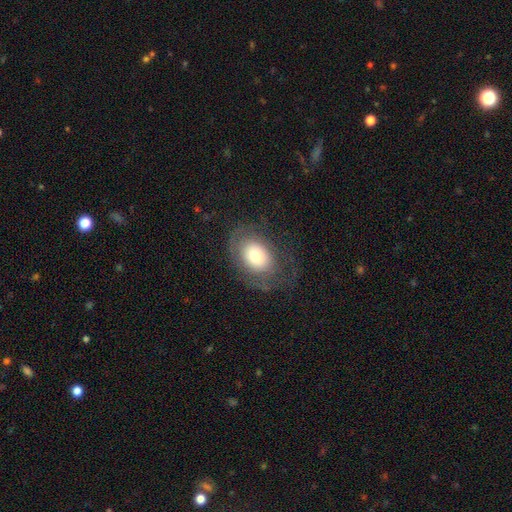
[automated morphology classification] smooth 57%, featured or disk 34%, star or artifact 9%. Down the decision tree: how rounded — in between (69%); merging — none (62%).